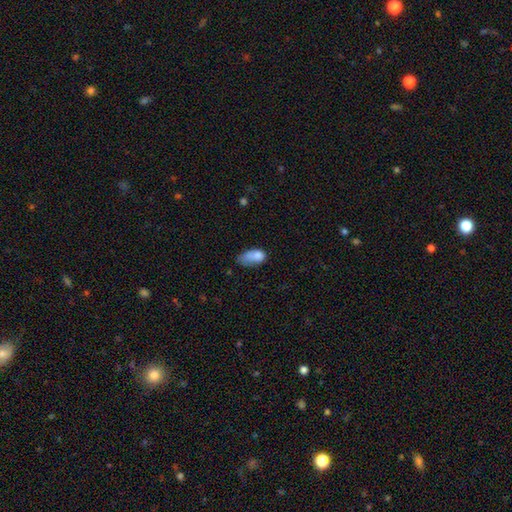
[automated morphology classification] Smooth or featured? smooth (76%)
How rounded? in between (87%)
Merging? minor disturbance (36%)